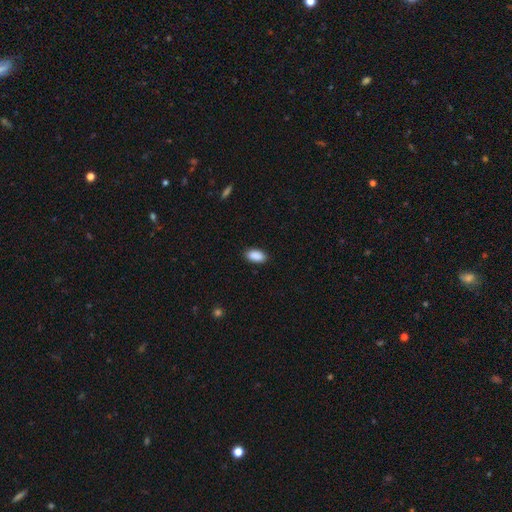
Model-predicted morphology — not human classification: Overall: smooth (90%). How rounded: in between (94%). Merging: none (88%).